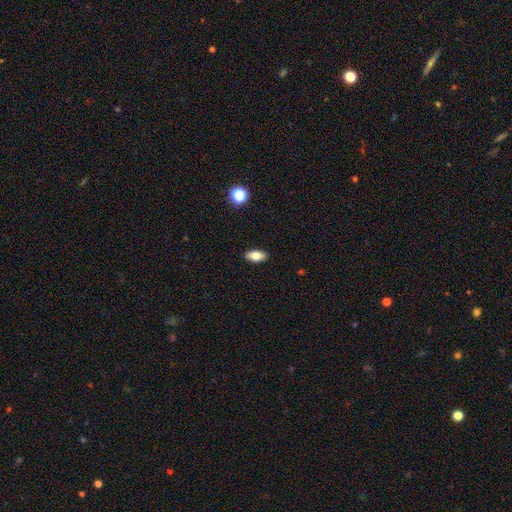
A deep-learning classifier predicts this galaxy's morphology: Smooth or featured: smooth — 78% (featured or disk — 14%)
How rounded: in between — 88% (cigar-shaped — 7%)
Merging: none — 90% (minor disturbance — 7%)